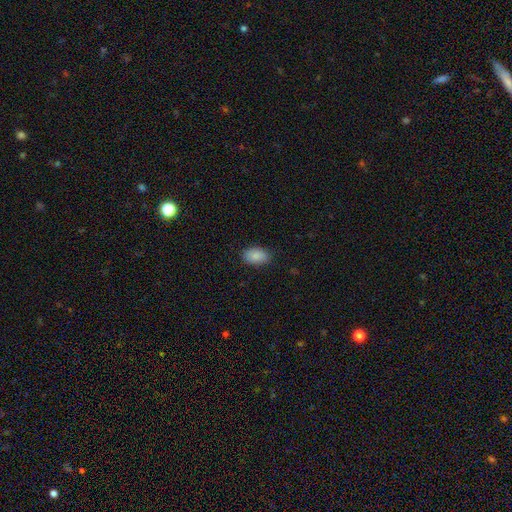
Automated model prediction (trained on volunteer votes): Overall: smooth (88%). How rounded: in between (91%). Merging: none (84%).